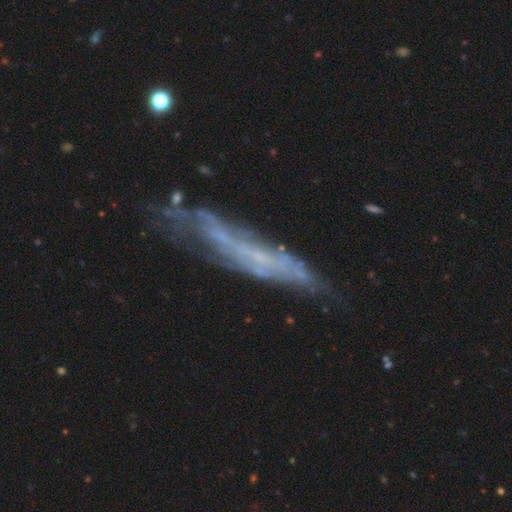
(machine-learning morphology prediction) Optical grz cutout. It shows a featured or disk galaxy (64%) viewed edge-on (56%). Merging: none (57%).